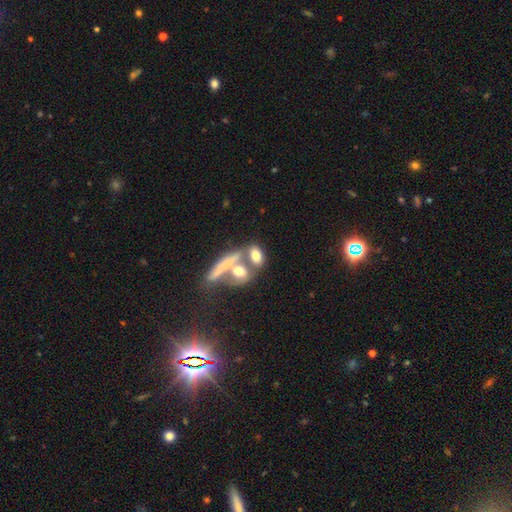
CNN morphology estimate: This appears to be a smooth galaxy with no disk features (68%) that is in between round and cigar-shaped (75%). Merging: merger (44%).